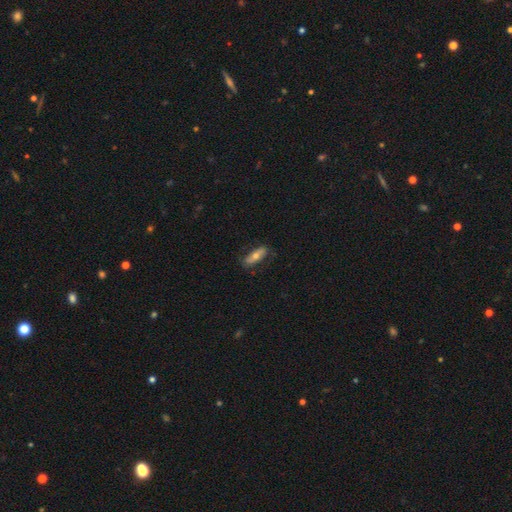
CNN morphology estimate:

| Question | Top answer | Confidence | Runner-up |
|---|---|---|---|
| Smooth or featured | smooth | 58% | featured or disk (36%) |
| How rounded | in between | 58% | cigar-shaped (39%) |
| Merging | none | 78% | minor disturbance (17%) |